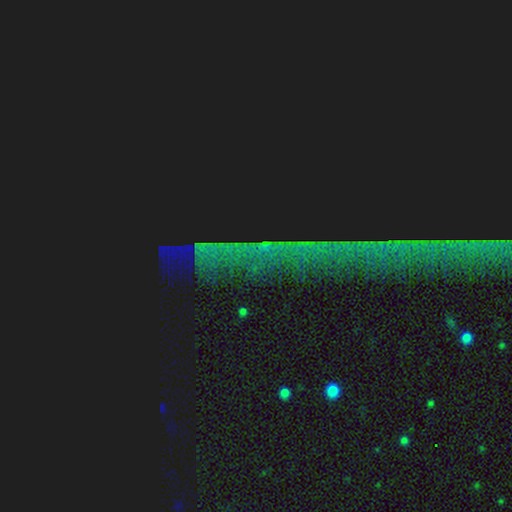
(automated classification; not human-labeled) Smooth or featured?
  - star or artifact: 86% *
  - featured or disk: 7%
  - smooth: 7%